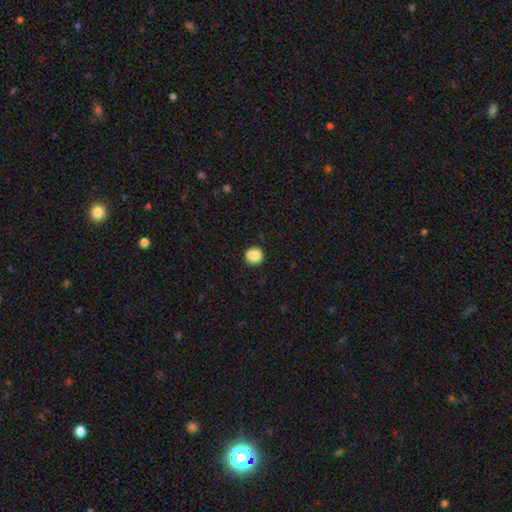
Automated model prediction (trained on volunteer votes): Smooth or featured? smooth (79%)
How rounded? round (81%)
Merging? none (61%)